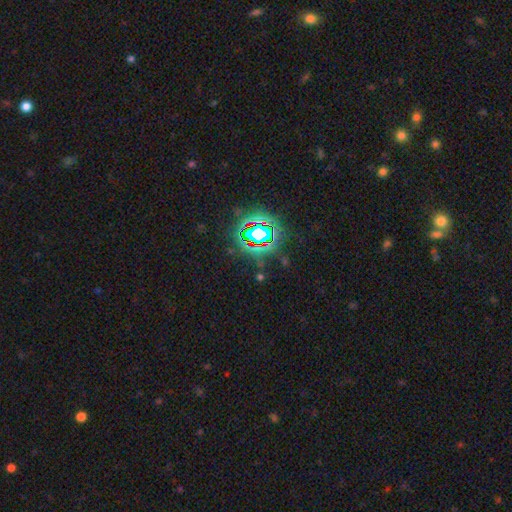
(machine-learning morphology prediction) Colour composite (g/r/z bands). It shows a star or artifact, not a galaxy (82%).